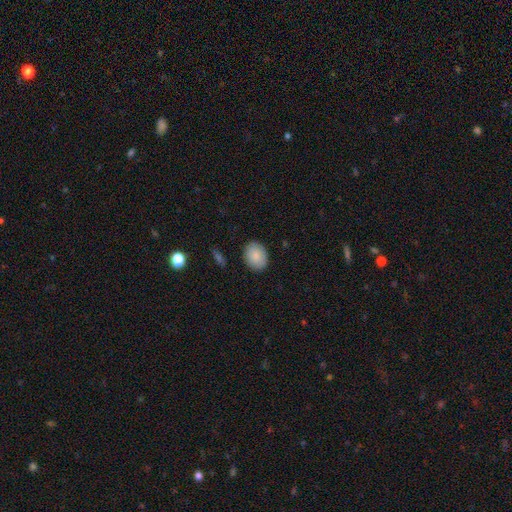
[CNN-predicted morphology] Q: Smooth or featured?
A: smooth (87%); runner-up: star or artifact (7%)
Q: How rounded?
A: in between (69%); runner-up: round (30%)
Q: Merging?
A: none (87%); runner-up: minor disturbance (9%)